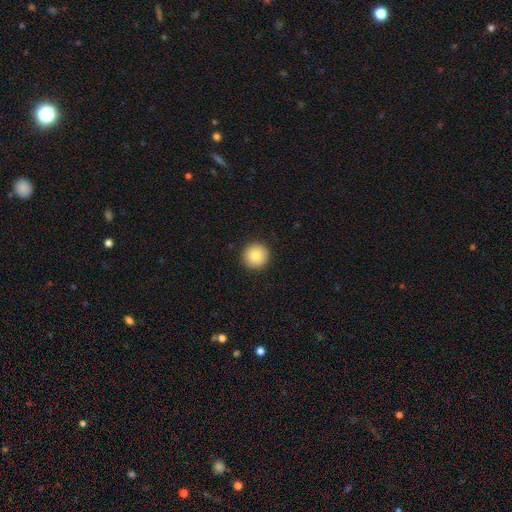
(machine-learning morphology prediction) The model was most divided on "smooth or featured": smooth: 84%, star or artifact: 9%, featured or disk: 7%. More confident: how rounded — round (96%); merging — none (93%).